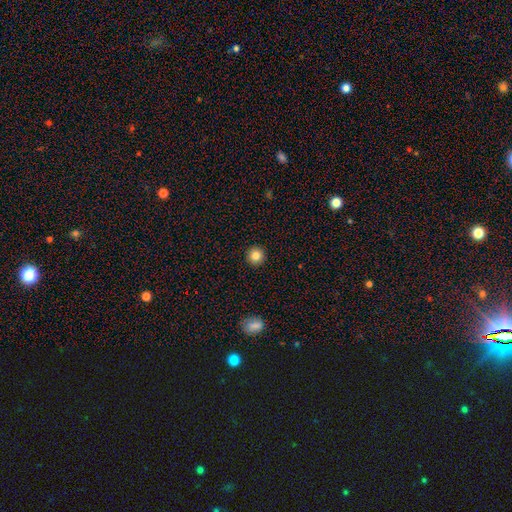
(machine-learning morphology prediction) smooth-or-featured: smooth: 84% | star or artifact: 11% | featured or disk: 6%
  how-rounded: round: 95% | in between: 4% | cigar-shaped: 1%
  merging: none: 93% | minor disturbance: 4% | major disturbance: 2% | merger: 1%